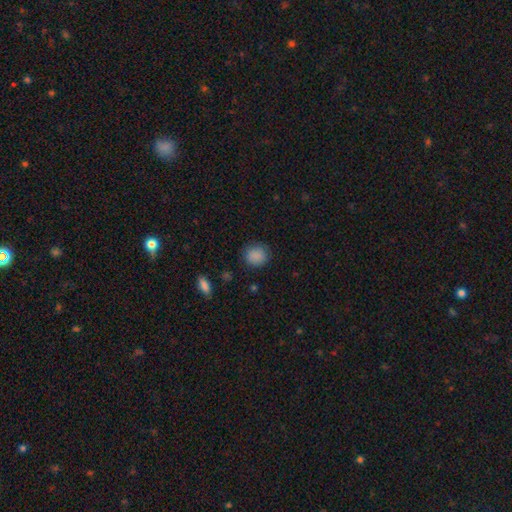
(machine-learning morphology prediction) smooth-or-featured: smooth: 87% | star or artifact: 9% | featured or disk: 4%
  how-rounded: round: 80% | in between: 19% | cigar-shaped: 1%
  merging: none: 83% | minor disturbance: 12% | major disturbance: 3% | merger: 1%